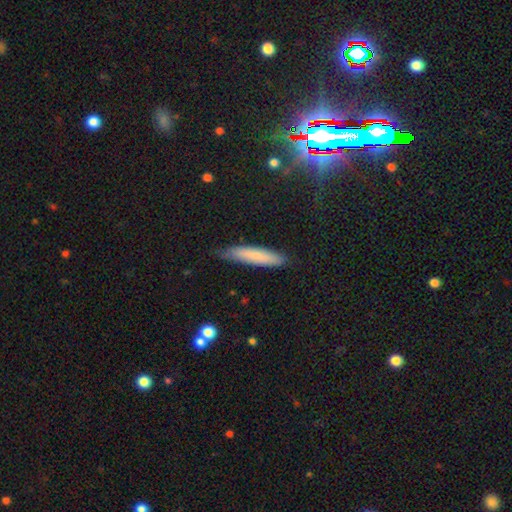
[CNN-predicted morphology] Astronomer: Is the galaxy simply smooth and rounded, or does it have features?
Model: smooth — 76%.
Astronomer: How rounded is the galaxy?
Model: cigar-shaped — 85%.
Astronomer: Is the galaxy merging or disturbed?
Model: none — 77%.